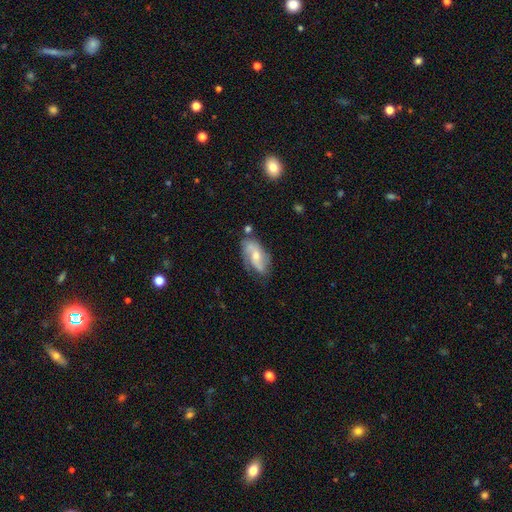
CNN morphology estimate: smooth_or_featured: featured or disk (p=0.66) [alt: smooth p=0.27]
disk_edge_on: no (p=0.93) [alt: yes p=0.07]
bar: no (p=0.55) [alt: weak p=0.35]
has_spiral_arms: yes (p=0.89) [alt: no p=0.11]
spiral_winding: medium (p=0.40) [tied with: loose p=0.40]
spiral_arm_count: 2 (p=0.65) [alt: can't tell p=0.15]
bulge_size: moderate (p=0.50) [alt: small p=0.43]
merging: none (p=0.61) [alt: minor disturbance p=0.24]